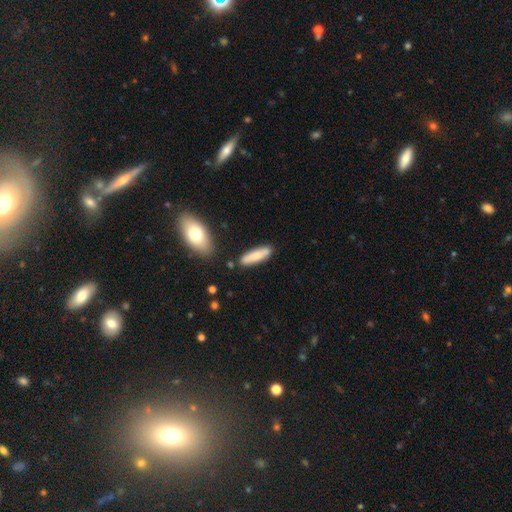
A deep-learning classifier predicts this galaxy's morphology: Smooth or featured? smooth (77%)
How rounded? cigar-shaped (68%)
Merging? none (78%)